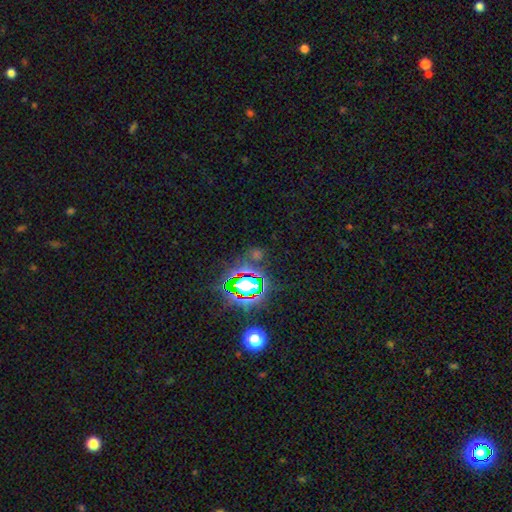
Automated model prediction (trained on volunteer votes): Morphology: type=star or artifact (70%).